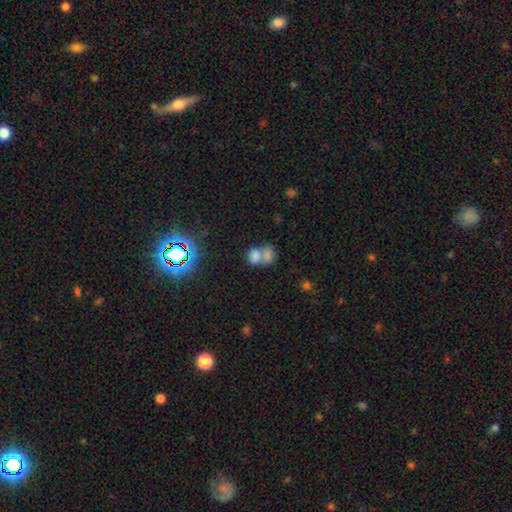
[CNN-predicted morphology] Smooth or featured? smooth (72%)
How rounded? in between (59%)
Merging? merger (72%)